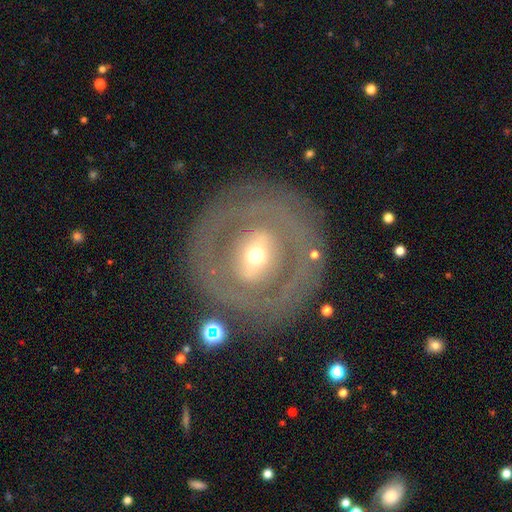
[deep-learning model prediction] smooth-or-featured: featured or disk: 68% | smooth: 25% | star or artifact: 7%
  disk-edge-on: no: 94% | yes: 6%
    bar: no: 40% | weak: 32% | strong: 28%
    has-spiral-arms: no: 68% | yes: 32%
    bulge-size: moderate: 56% | small: 33% | large: 8% | dominant: 2% | none: 1%
  merging: none: 77% | minor disturbance: 11% | major disturbance: 10% | merger: 3%